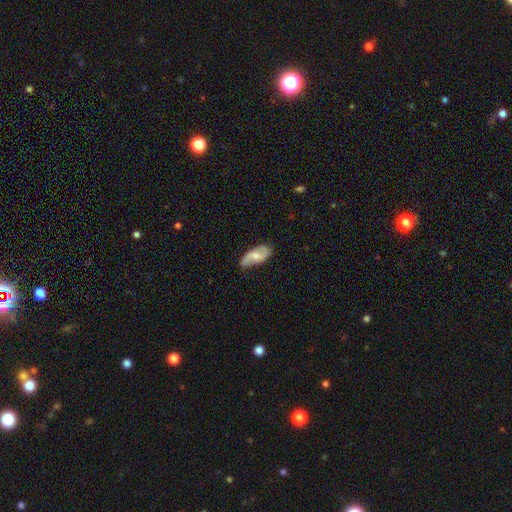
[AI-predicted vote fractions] This appears to be a featured or disk galaxy (57%) with no bar (56%), spiral arms (86%) and a moderate central bulge (52%). Merging: none (65%).